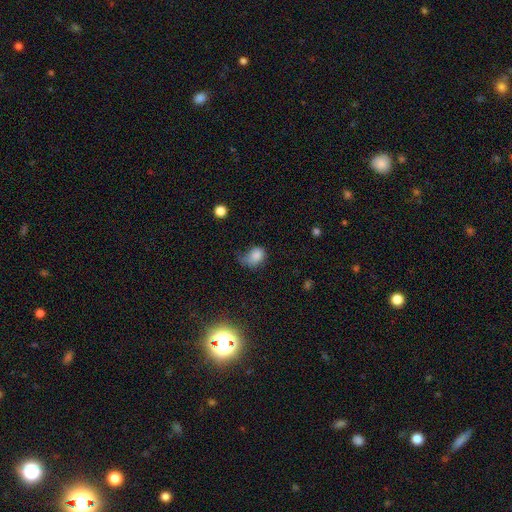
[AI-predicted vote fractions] Morphology: type=smooth (79%); roundness=in between (62%); merging=major disturbance (35%).